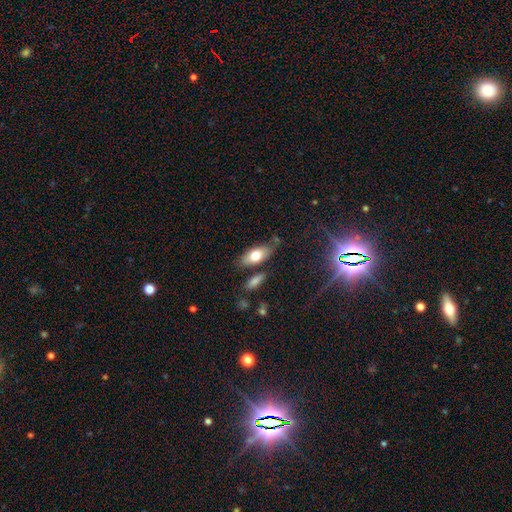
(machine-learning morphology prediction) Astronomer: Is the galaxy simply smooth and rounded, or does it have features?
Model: smooth — 73%.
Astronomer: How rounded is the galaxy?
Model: in between — 84%.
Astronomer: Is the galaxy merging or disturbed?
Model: none — 72%.